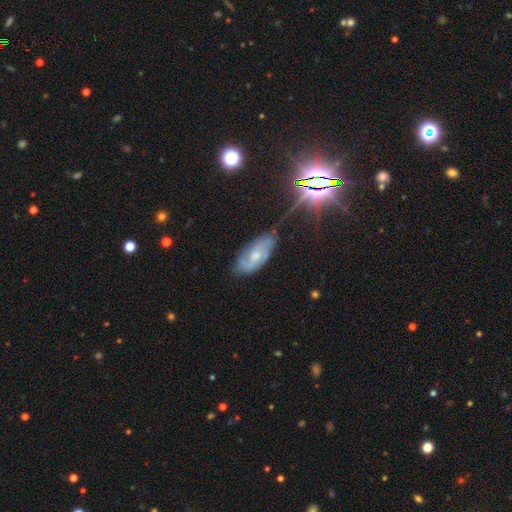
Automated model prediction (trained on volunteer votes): Smooth or featured? featured or disk (63%)
Edge-on disk? no (91%)
Bar? no (59%)
Spiral arms? yes (85%)
Bulge size? moderate (47%)
Merging? none (65%)